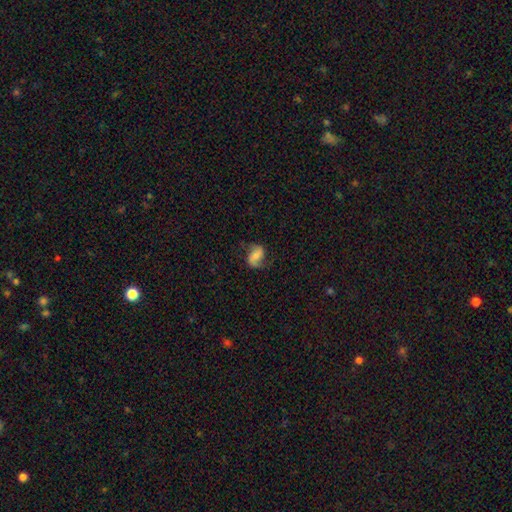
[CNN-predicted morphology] This is possibly a featured or disk galaxy (53%). It is clearly not viewed edge-on (97%). Bar: marginally no (44%). Spiral arm pattern: clearly yes (89%). Central bulge: marginally small (42%). Merging: likely none (67%).